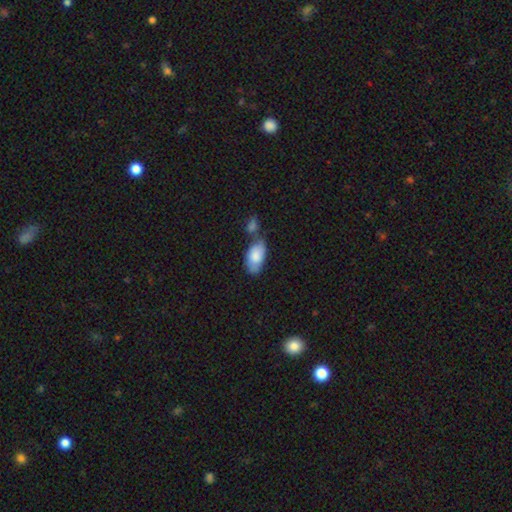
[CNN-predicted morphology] type=smooth (80%); roundness=in between (94%); merging=none (38%).